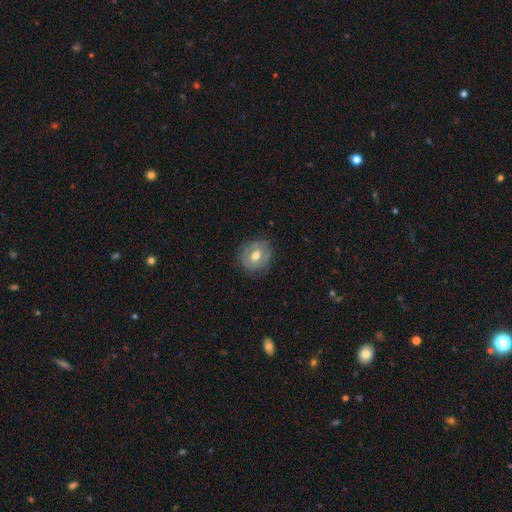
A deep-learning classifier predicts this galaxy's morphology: This appears to be a smooth galaxy with no disk features (52%) that is round (72%). Merging: none (78%).